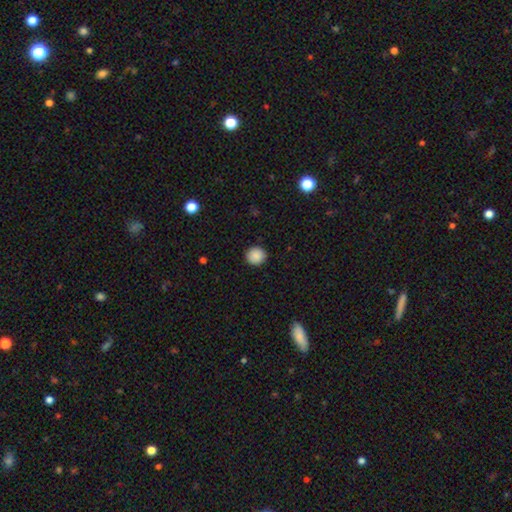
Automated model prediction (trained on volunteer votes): smooth_or_featured: smooth (p=0.88) [alt: star or artifact p=0.09]
how_rounded: round (p=0.91) [alt: in between p=0.08]
merging: none (p=0.92) [alt: minor disturbance p=0.06]